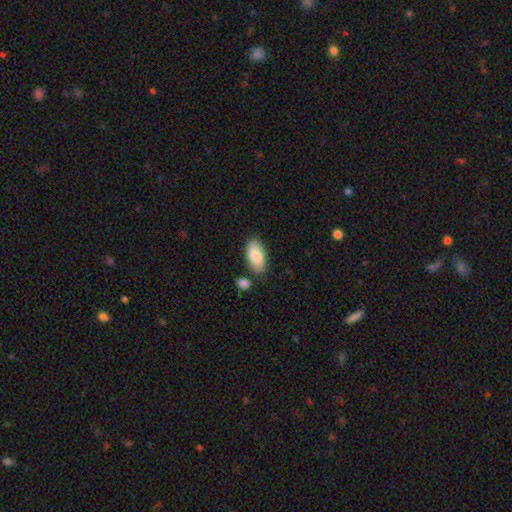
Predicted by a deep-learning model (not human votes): This is clearly a smooth galaxy (82%). How rounded: clearly in between (94%). Merging: likely none (75%).